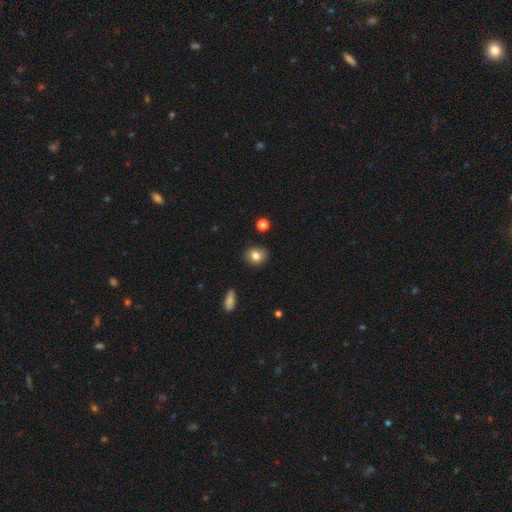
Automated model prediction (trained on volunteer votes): Q: Smooth or featured?
A: smooth (81%); runner-up: star or artifact (10%)
Q: How rounded?
A: round (70%); runner-up: in between (29%)
Q: Merging?
A: none (84%); runner-up: minor disturbance (12%)